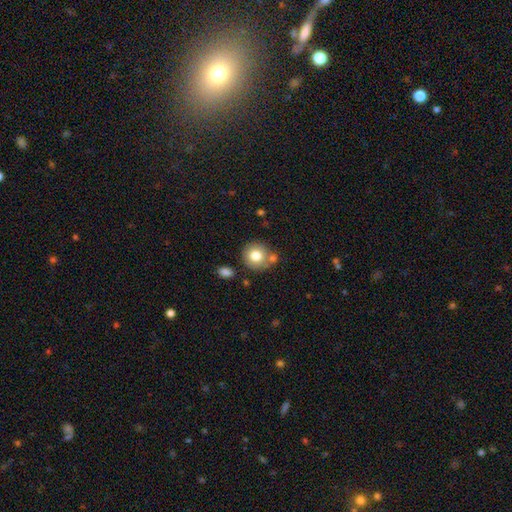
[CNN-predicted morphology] type=smooth (78%); roundness=round (88%); merging=none (68%).